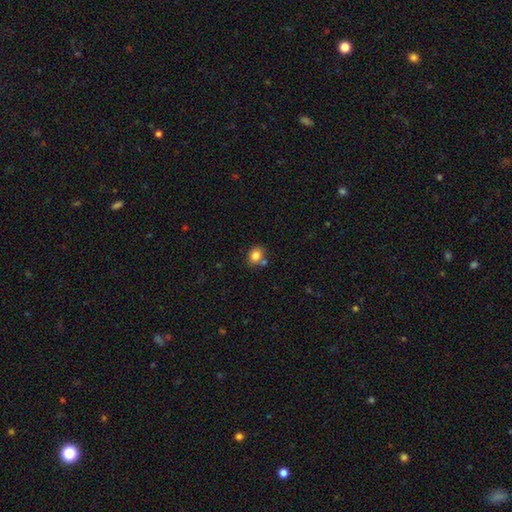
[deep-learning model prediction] A smooth galaxy with no disk features (82%) that is round (55%). Merging: none (65%).